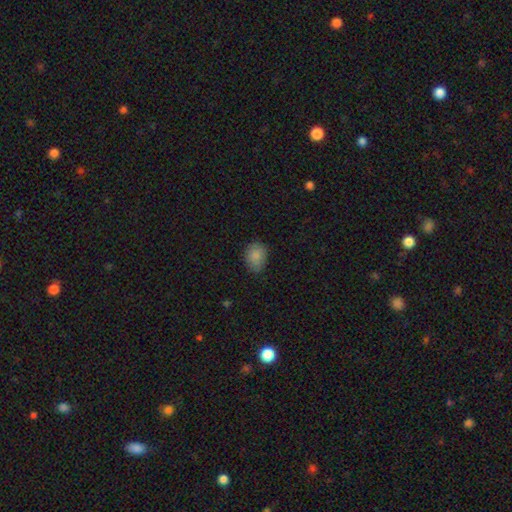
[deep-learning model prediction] A smooth galaxy with no disk features (86%) that is in between round and cigar-shaped (62%).

Vote fractions:
- Smooth or featured? smooth: 86% / star or artifact: 9% / featured or disk: 5%
- How rounded? in between: 62% / round: 37% / cigar-shaped: 1%
- Merging? none: 75% / minor disturbance: 20% / major disturbance: 4% / merger: 1%